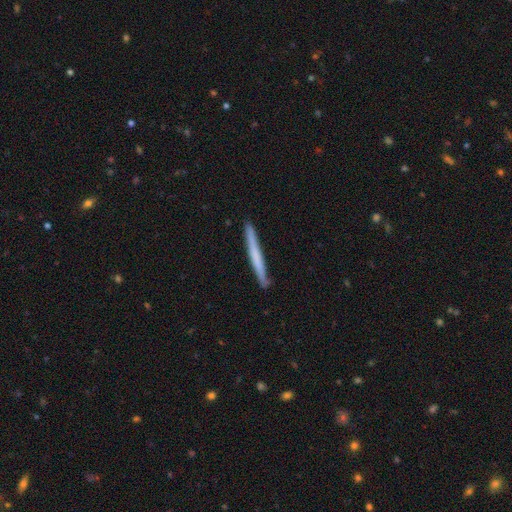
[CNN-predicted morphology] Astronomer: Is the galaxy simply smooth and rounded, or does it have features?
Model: smooth — 56% (runner-up: featured or disk, 38%).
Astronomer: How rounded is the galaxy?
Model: cigar-shaped — 97%.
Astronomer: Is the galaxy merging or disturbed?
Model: none — 90%.